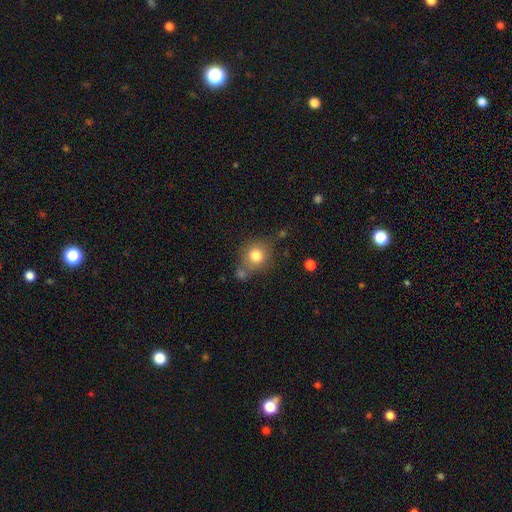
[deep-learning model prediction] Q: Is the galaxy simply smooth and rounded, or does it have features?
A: smooth — 79%.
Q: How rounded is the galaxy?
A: round — 79%.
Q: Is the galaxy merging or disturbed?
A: none — 63%.